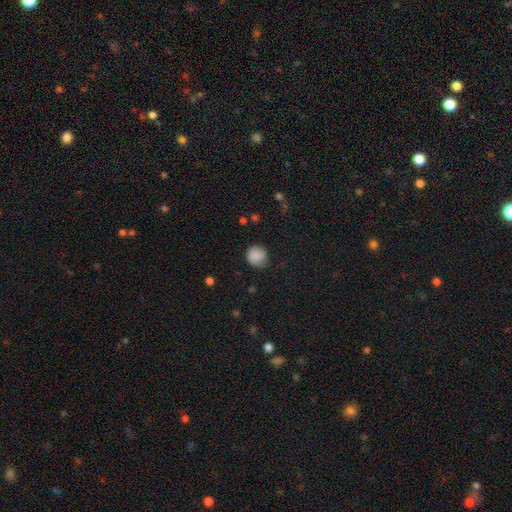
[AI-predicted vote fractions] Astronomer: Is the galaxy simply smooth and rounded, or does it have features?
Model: smooth — 86%.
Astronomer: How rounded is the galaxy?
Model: round — 88%.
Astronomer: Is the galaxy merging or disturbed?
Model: none — 73%.